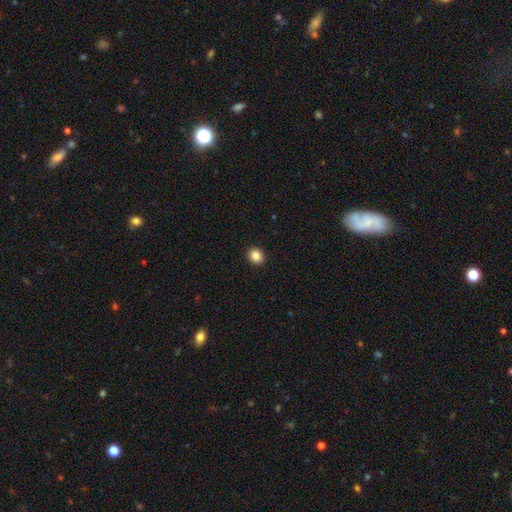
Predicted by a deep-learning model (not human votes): smooth 87%, star or artifact 10%, featured or disk 4%. Down the decision tree: how rounded — round (71%); merging — none (92%).